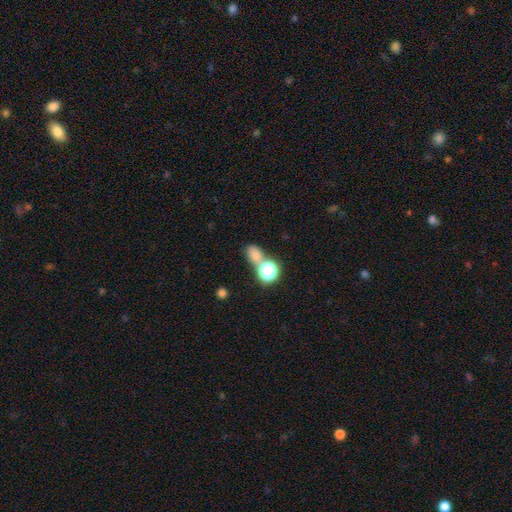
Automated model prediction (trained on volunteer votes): The model was most divided on "how rounded": in between: 57%, round: 40%, cigar-shaped: 2%. More confident: smooth or featured — smooth (68%); merging — none (51%).